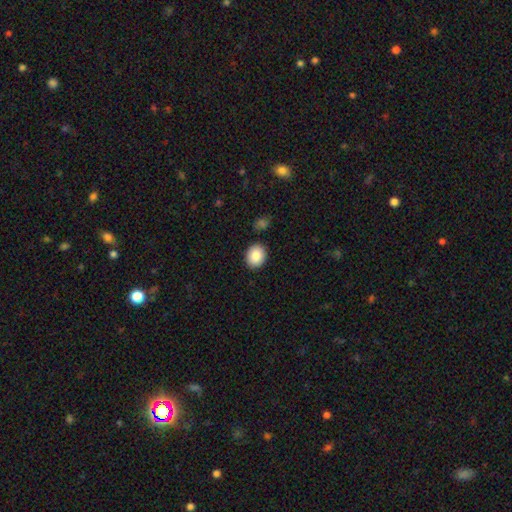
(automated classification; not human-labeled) A smooth galaxy with no disk features (88%) that is round (60%). Merging: none (88%).